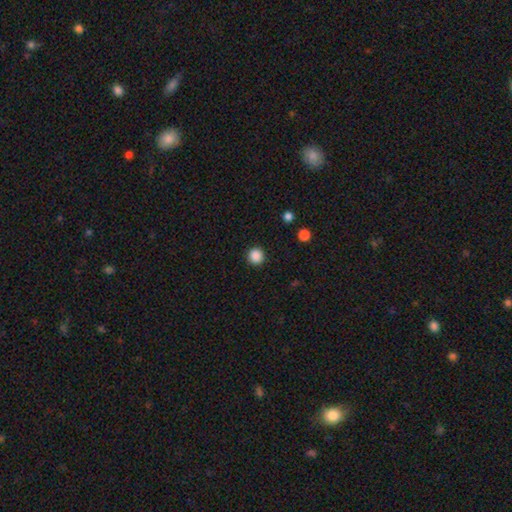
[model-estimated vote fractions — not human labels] Overall: smooth (87%). How rounded: round (94%). Merging: none (92%).